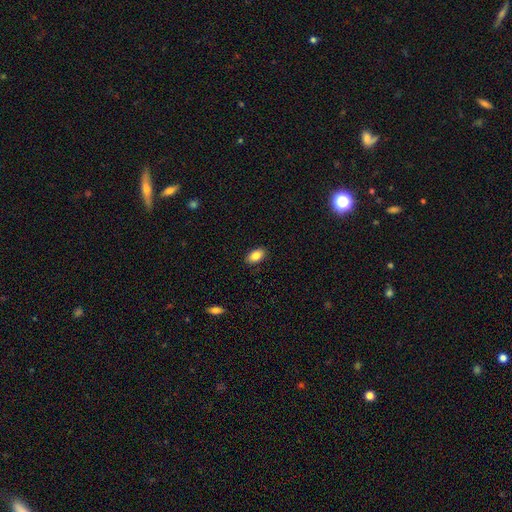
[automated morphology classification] smooth-or-featured: smooth: 86% | star or artifact: 7% | featured or disk: 7%
  how-rounded: in between: 92% | round: 6% | cigar-shaped: 2%
  merging: none: 89% | minor disturbance: 8% | major disturbance: 2% | merger: 1%